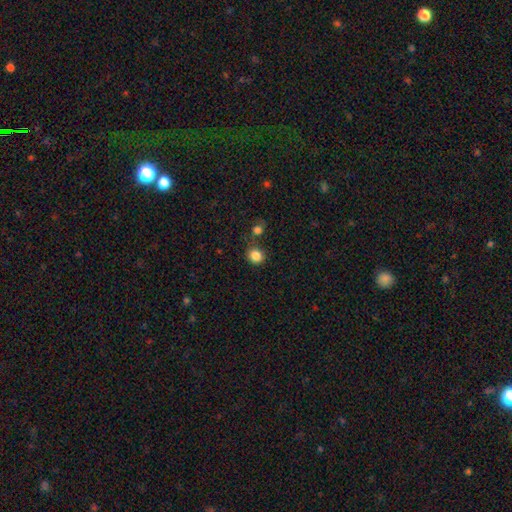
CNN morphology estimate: smooth_or_featured: smooth (p=0.85) [alt: star or artifact p=0.11]
how_rounded: round (p=0.82) [alt: in between p=0.17]
merging: none (p=0.76) [alt: minor disturbance p=0.10]